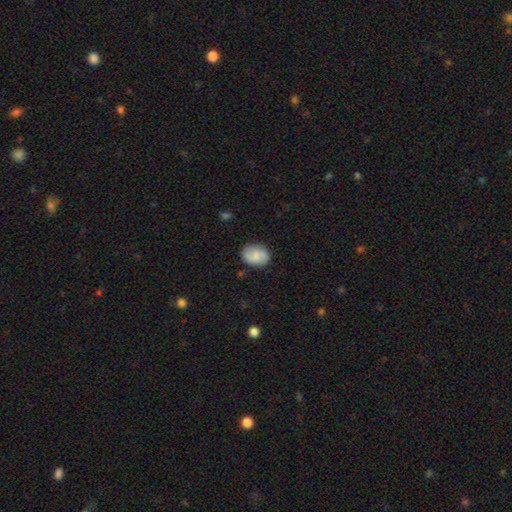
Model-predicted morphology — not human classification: smooth_or_featured: smooth (p=0.71) [alt: featured or disk p=0.22]
how_rounded: in between (p=0.65) [alt: round p=0.33]
merging: none (p=0.83) [alt: minor disturbance p=0.13]